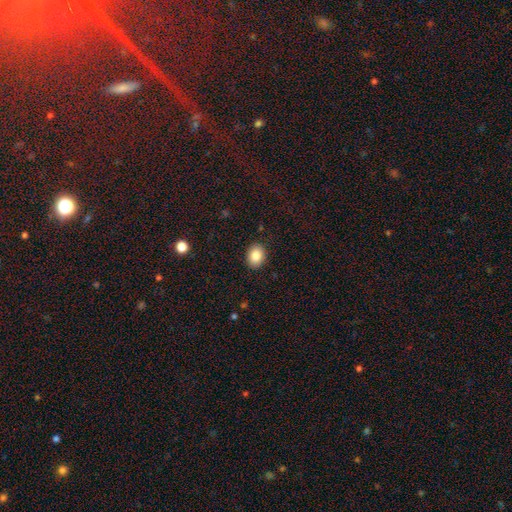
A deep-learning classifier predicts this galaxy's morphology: Smooth or featured: smooth — 86% (star or artifact — 8%)
How rounded: in between — 65% (round — 35%)
Merging: none — 89% (minor disturbance — 8%)